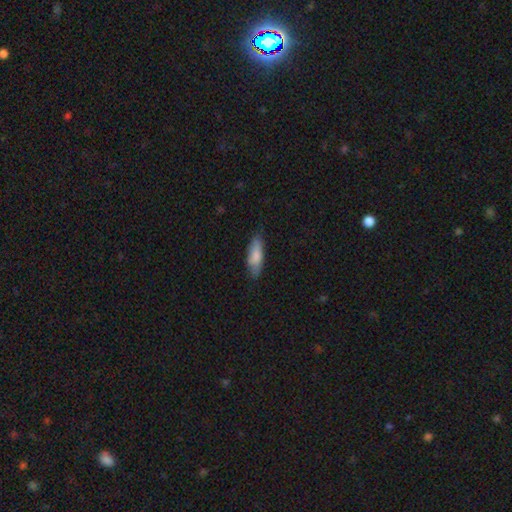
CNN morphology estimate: type=smooth (81%); roundness=in between (56%); merging=none (75%).